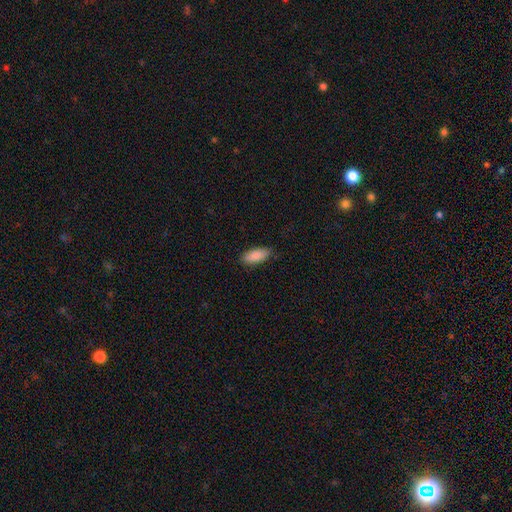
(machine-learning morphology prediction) This appears to be a smooth galaxy with no disk features (89%) that is in between round and cigar-shaped (83%). Merging: none (84%).